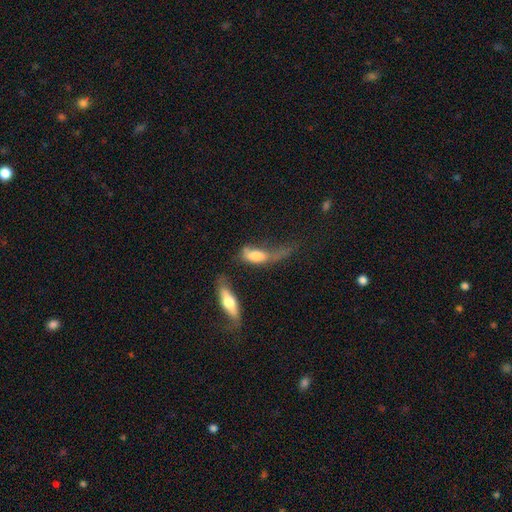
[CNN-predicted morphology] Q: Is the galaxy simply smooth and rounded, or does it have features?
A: smooth — 66%.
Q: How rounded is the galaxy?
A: in between — 69%.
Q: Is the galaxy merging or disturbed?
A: major disturbance — 45%.